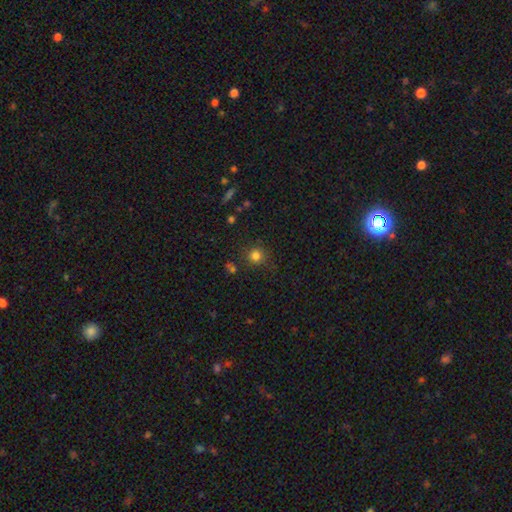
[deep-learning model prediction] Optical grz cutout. It shows a smooth galaxy with no disk features (80%) that is round (90%). Merging: none (83%).